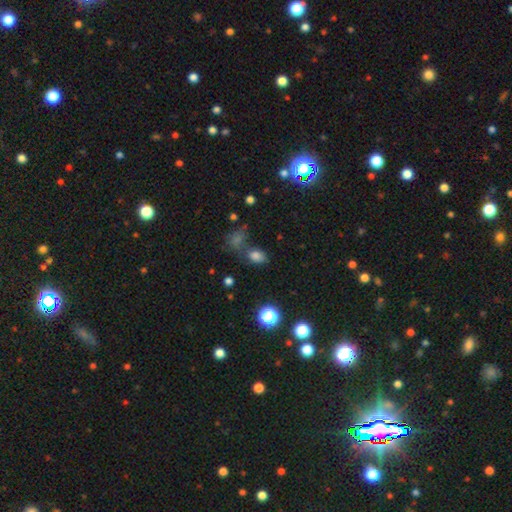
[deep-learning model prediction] This is likely a smooth galaxy (73%). How rounded: likely in between (75%). Merging: possibly none (59%).